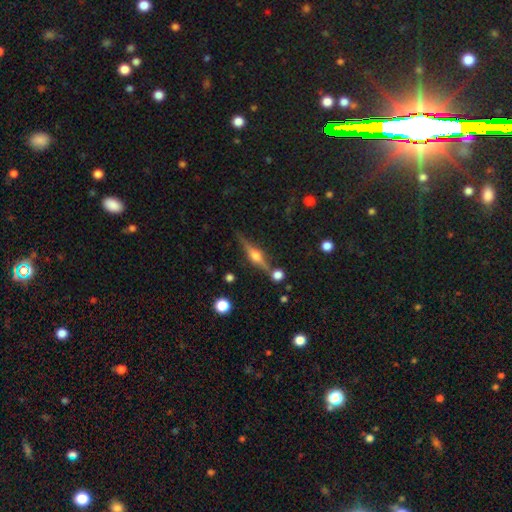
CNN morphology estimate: Overall: featured or disk (75%). Edge-on disk: yes (97%). Edge-on bulge: rounded (92%). Merging: none (77%).